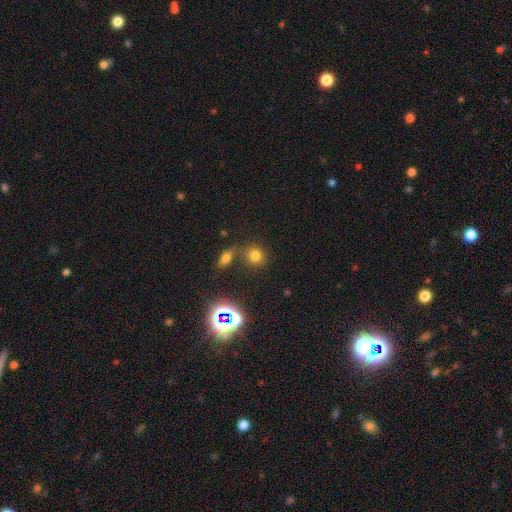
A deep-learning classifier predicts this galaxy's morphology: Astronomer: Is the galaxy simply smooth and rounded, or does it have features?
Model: smooth — 72%.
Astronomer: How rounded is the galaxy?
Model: round — 82%.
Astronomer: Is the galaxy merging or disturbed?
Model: none — 66%.